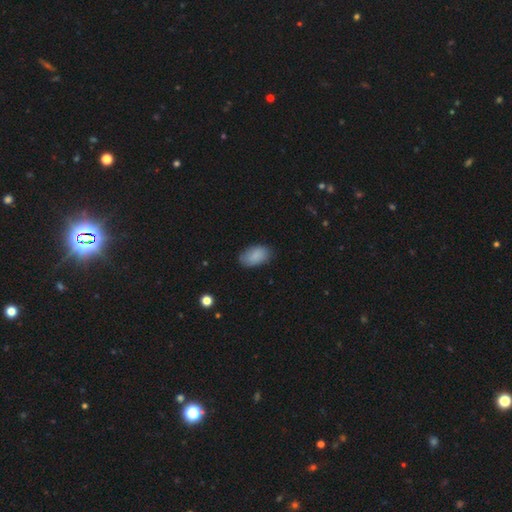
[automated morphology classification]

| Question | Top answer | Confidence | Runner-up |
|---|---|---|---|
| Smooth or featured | smooth | 87% | star or artifact (7%) |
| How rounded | in between | 93% | round (5%) |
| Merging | none | 81% | minor disturbance (15%) |